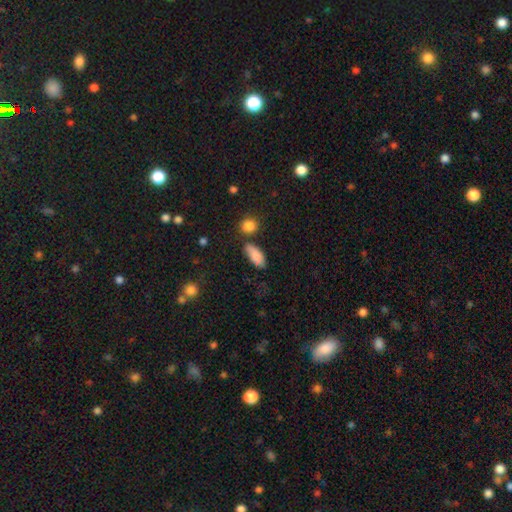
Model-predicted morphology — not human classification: Smooth or featured? Predicted: smooth (p=0.85). How rounded? Predicted: in between (p=0.83). Merging? Predicted: none (p=0.65).